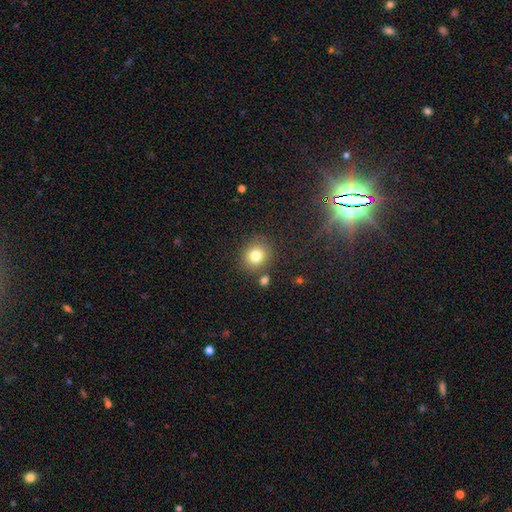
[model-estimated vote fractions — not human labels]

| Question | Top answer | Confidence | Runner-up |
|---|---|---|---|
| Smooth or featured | smooth | 80% | star or artifact (12%) |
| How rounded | round | 81% | in between (18%) |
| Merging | none | 80% | minor disturbance (9%) |